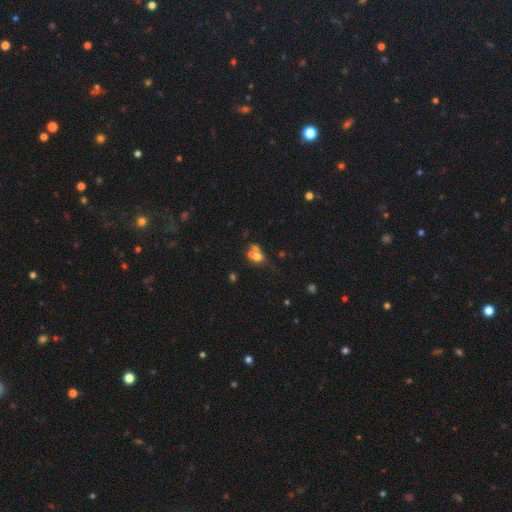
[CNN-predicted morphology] Smooth or featured?
  - smooth: 56% *
  - featured or disk: 27%
  - star or artifact: 17%
How rounded?
  - round: 54% *
  - in between: 44%
  - cigar-shaped: 2%
Merging?
  - merger: 58% *
  - none: 26%
  - minor disturbance: 8%
  - major disturbance: 8%